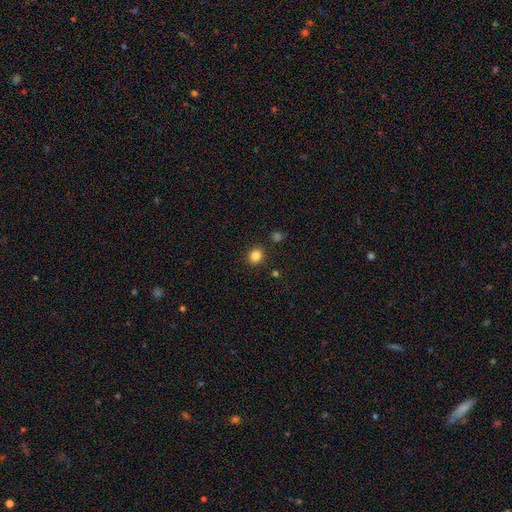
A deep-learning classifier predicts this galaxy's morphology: smooth_or_featured: smooth (p=0.84) [alt: star or artifact p=0.11]
how_rounded: round (p=0.67) [alt: in between p=0.32]
merging: none (p=0.88) [alt: minor disturbance p=0.08]